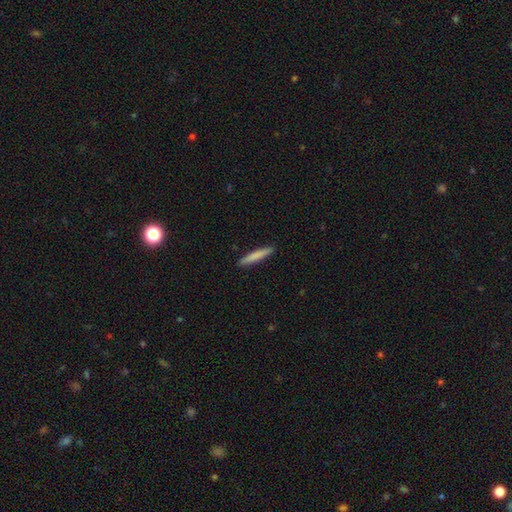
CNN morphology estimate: Smooth or featured: smooth — 80% (featured or disk — 15%)
How rounded: cigar-shaped — 94% (in between — 5%)
Merging: none — 91% (minor disturbance — 6%)